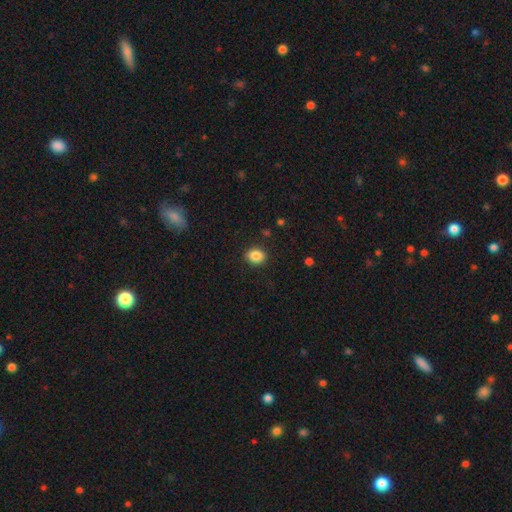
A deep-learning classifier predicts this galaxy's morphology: smooth-or-featured: smooth: 86% | star or artifact: 9% | featured or disk: 5%
  how-rounded: round: 55% | in between: 44% | cigar-shaped: 1%
  merging: none: 89% | minor disturbance: 8% | major disturbance: 2% | merger: 1%